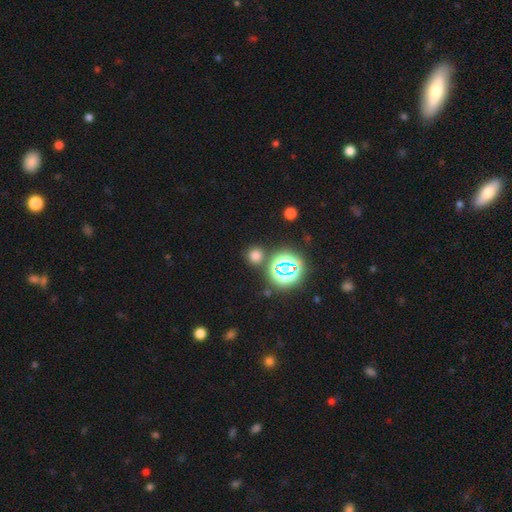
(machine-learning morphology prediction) A smooth galaxy with no disk features (64%) that is round (89%).

Vote fractions:
- Smooth or featured? smooth: 64% / star or artifact: 30% / featured or disk: 6%
- How rounded? round: 89% / in between: 10% / cigar-shaped: 1%
- Merging? none: 82% / minor disturbance: 8% / merger: 7% / major disturbance: 3%